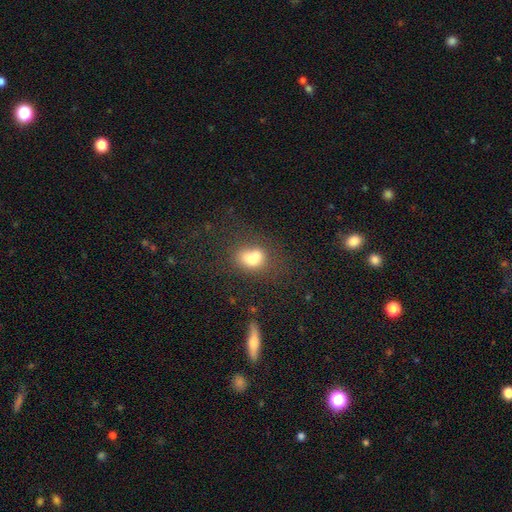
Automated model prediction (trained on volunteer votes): smooth 68%, featured or disk 20%, star or artifact 12%. Down the decision tree: how rounded — in between (51%); merging — merger (50%).